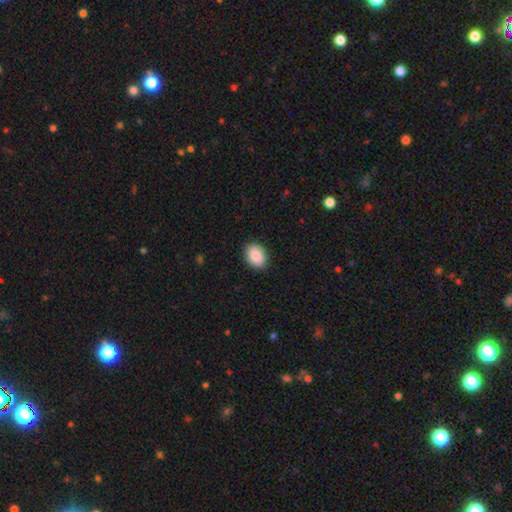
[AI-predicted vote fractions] Smooth or featured? Predicted: smooth (p=0.88). How rounded? Predicted: in between (p=0.73). Merging? Predicted: none (p=0.87).